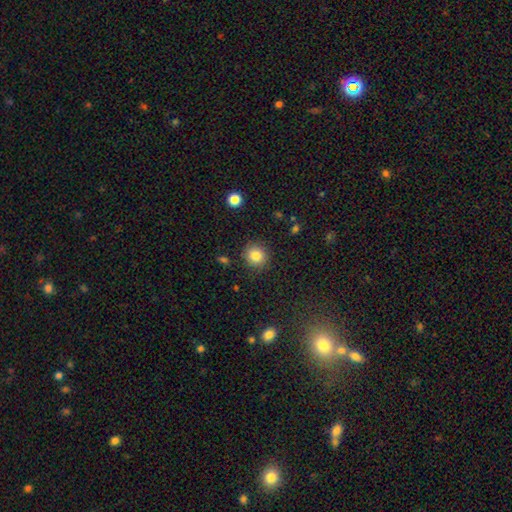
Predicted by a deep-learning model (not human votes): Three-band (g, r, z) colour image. It shows a smooth galaxy with no disk features (83%) that is round (89%). Merging: none (87%).